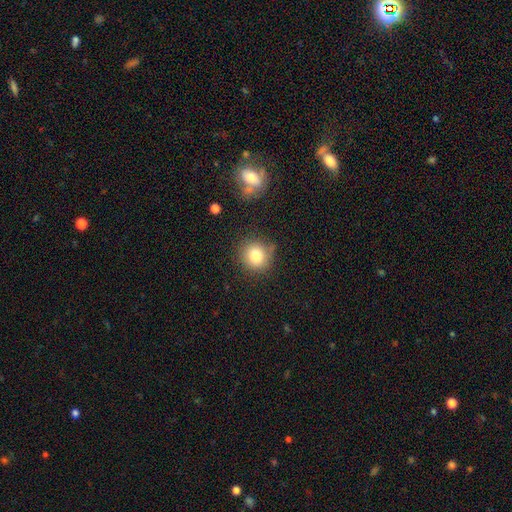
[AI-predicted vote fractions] Overall: smooth (80%). How rounded: round (87%). Merging: none (77%).